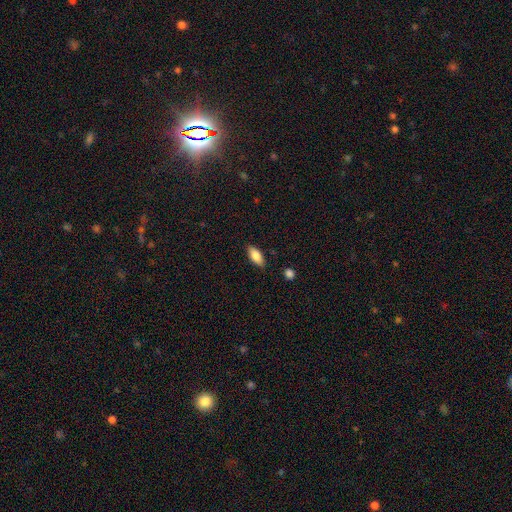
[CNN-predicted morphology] smooth_or_featured: smooth (p=0.81) [alt: featured or disk p=0.12]
how_rounded: in between (p=0.82) [alt: cigar-shaped p=0.16]
merging: none (p=0.86) [alt: minor disturbance p=0.10]